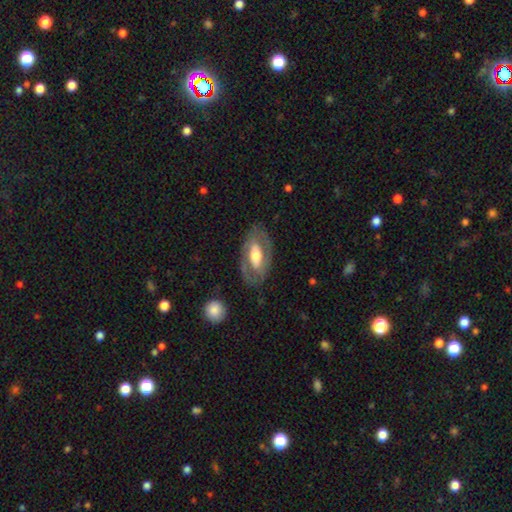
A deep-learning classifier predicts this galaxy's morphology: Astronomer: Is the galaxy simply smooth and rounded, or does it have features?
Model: featured or disk — 64%.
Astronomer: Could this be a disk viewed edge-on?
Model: no — 89%.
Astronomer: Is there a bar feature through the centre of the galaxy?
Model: no — 39% (runner-up: strong, 32%).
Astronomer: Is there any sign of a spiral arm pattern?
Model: no — 54% (runner-up: yes, 46%).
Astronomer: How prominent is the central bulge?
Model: moderate — 56%.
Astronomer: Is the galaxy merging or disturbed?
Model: none — 79%.